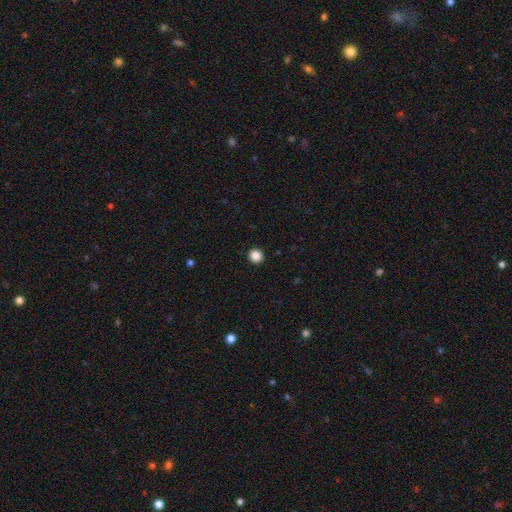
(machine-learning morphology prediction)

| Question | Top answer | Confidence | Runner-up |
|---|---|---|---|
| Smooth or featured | smooth | 87% | star or artifact (11%) |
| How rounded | round | 90% | in between (9%) |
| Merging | none | 93% | minor disturbance (4%) |